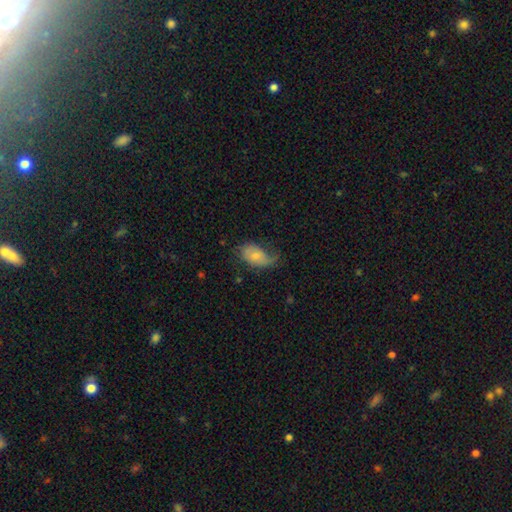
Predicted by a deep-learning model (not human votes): Smooth or featured?
  - smooth: 56% *
  - featured or disk: 37%
  - star or artifact: 7%
How rounded?
  - in between: 90% *
  - round: 8%
  - cigar-shaped: 2%
Merging?
  - none: 38% *
  - minor disturbance: 32%
  - major disturbance: 27%
  - merger: 2%